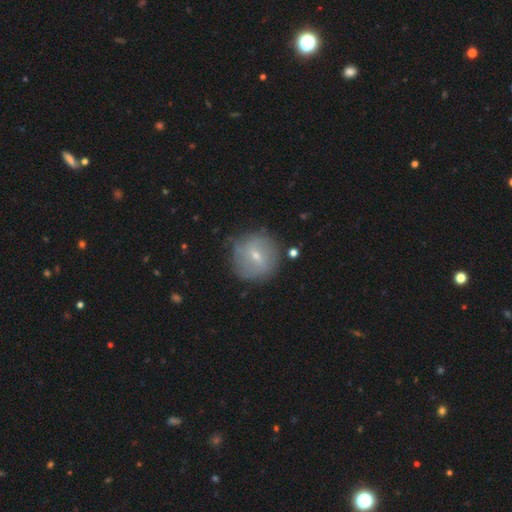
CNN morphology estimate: This appears to be a smooth galaxy with no disk features (46%). Merging: none (73%).